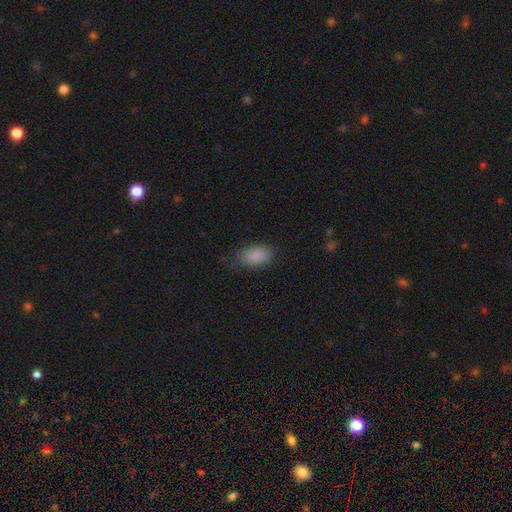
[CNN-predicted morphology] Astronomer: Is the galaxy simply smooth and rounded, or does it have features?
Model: smooth — 88%.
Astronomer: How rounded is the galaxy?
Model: in between — 92%.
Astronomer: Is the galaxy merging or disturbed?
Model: none — 78%.